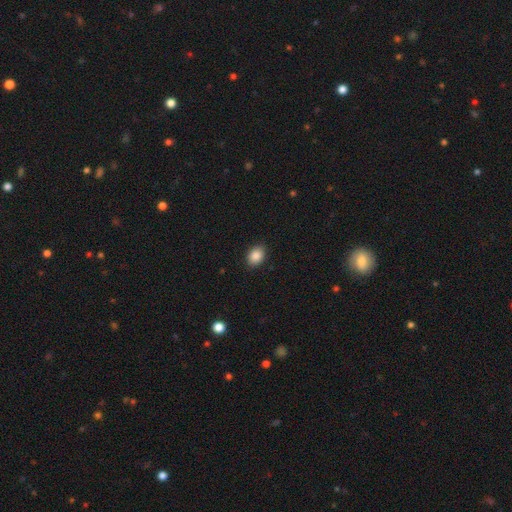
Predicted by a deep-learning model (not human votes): Smooth or featured? Predicted: smooth (p=0.88). How rounded? Predicted: in between (p=0.73). Merging? Predicted: none (p=0.88).